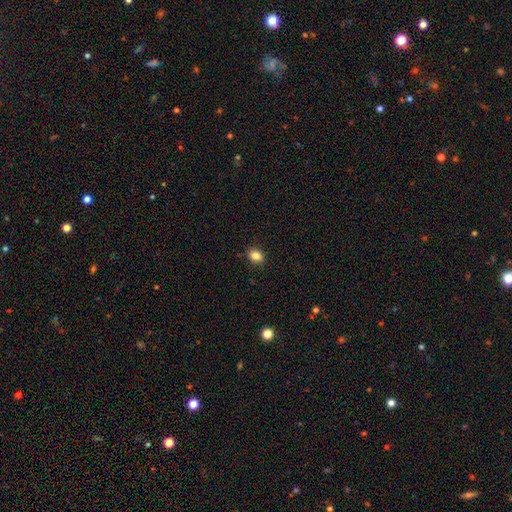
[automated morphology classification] type=smooth (84%); roundness=round (51%); merging=none (90%).